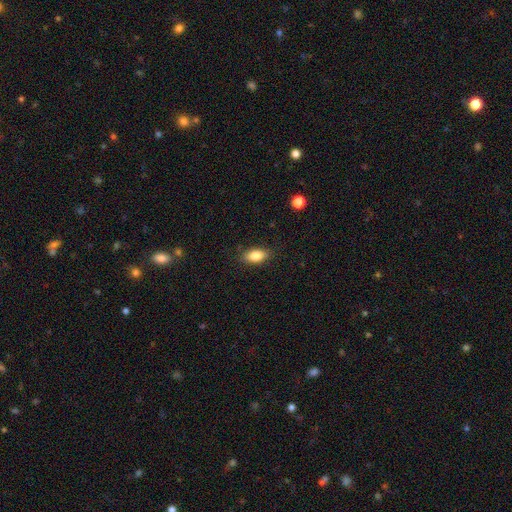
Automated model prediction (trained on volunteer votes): smooth 84%, featured or disk 9%, star or artifact 8%. Down the decision tree: how rounded — in between (87%); merging — none (85%).